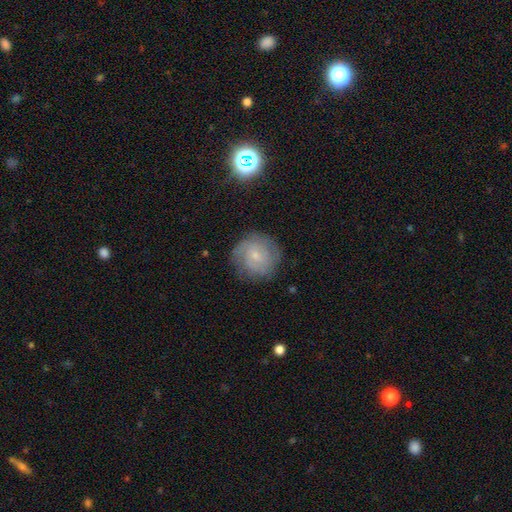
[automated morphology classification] Overall: featured or disk (51%; smooth 39%). Edge-on disk: no (97%). Merging: none (77%).